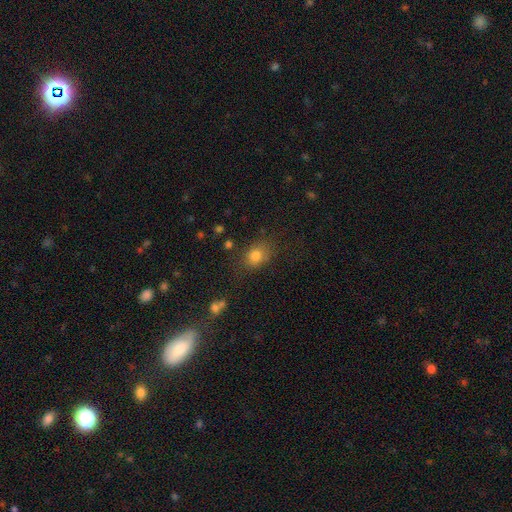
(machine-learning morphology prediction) A smooth galaxy with no disk features (79%) that is in between round and cigar-shaped (61%). Merging: none (75%).